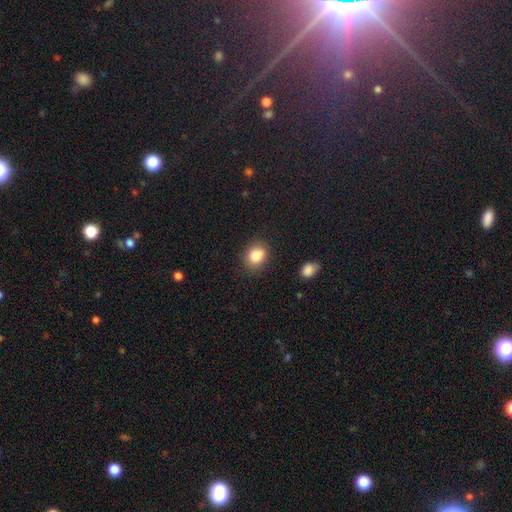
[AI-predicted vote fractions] Morphology: type=smooth (84%); roundness=round (57%); merging=none (78%).